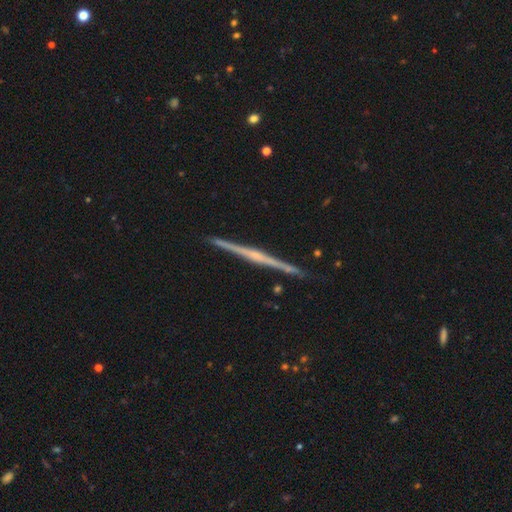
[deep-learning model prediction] This appears to be a featured or disk galaxy (82%) viewed edge-on (99%) with a rounded central bulge (51%). Merging: none (92%).